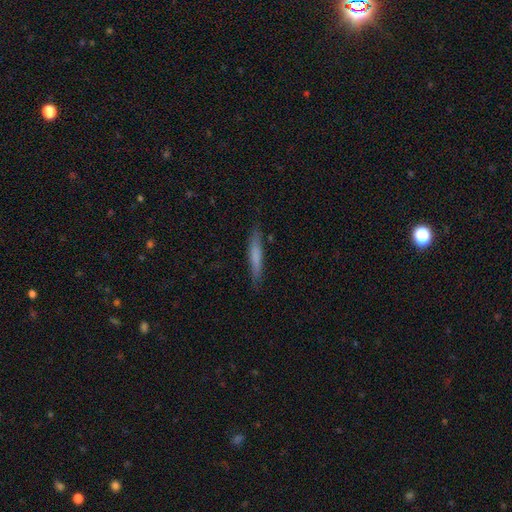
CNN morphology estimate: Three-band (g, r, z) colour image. It shows a smooth galaxy with no disk features (66%) that is cigar-shaped (93%). Merging: none (84%).